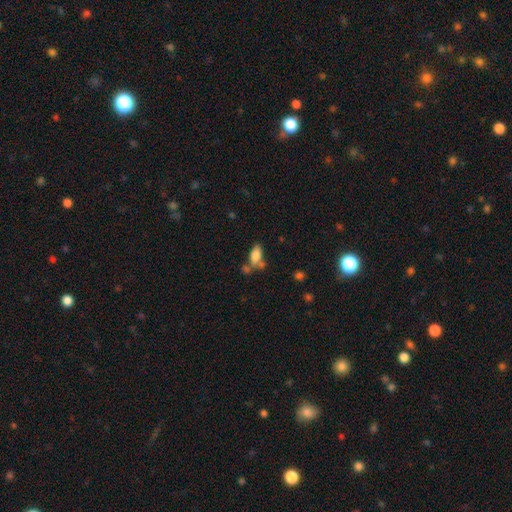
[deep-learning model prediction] The model was most divided on "merging": none: 47%, merger: 28%, minor disturbance: 17%, major disturbance: 8%. More confident: how rounded — in between (88%); smooth or featured — smooth (79%).